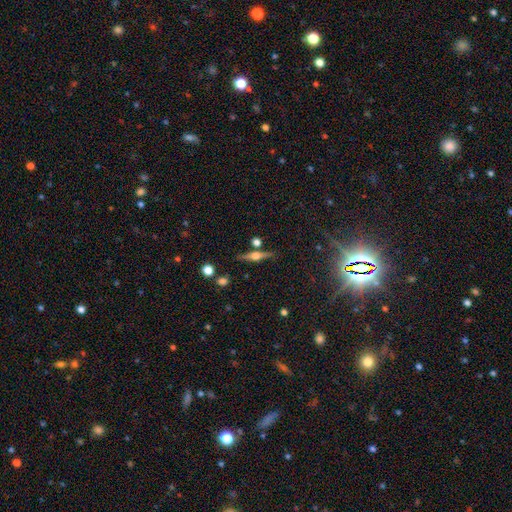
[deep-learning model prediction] smooth_or_featured: featured or disk (p=0.71) [alt: smooth p=0.21]
disk_edge_on: yes (p=0.97) [alt: no p=0.03]
edge_on_bulge: rounded (p=0.86) [alt: boxy p=0.11]
merging: none (p=0.80) [alt: minor disturbance p=0.10]